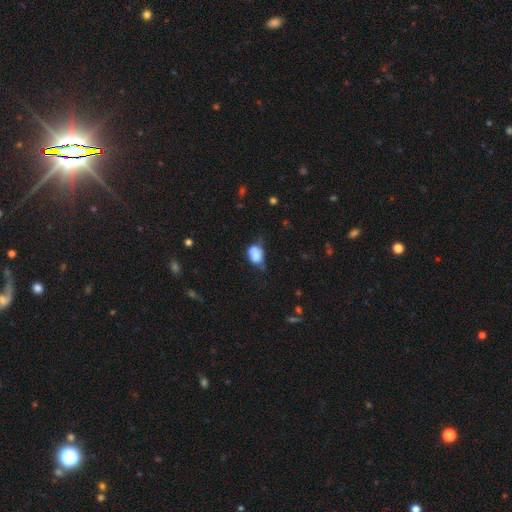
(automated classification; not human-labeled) The model was most divided on "merging": minor disturbance: 42%, none: 32%, major disturbance: 19%, merger: 7%. More confident: smooth or featured — smooth (75%); how rounded — in between (71%).